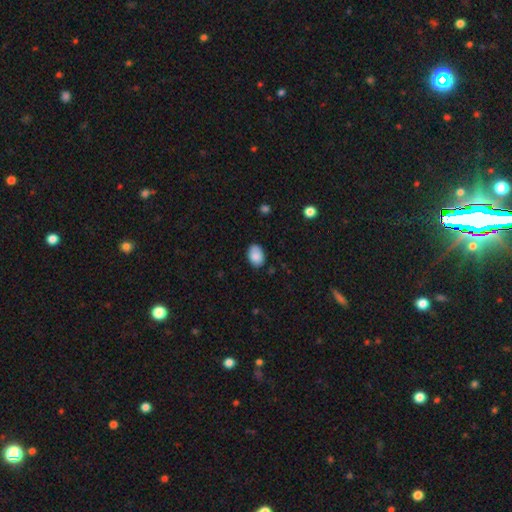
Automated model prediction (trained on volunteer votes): smooth-or-featured: smooth: 85% | star or artifact: 8% | featured or disk: 7%
  how-rounded: in between: 82% | round: 17% | cigar-shaped: 1%
  merging: none: 78% | minor disturbance: 17% | major disturbance: 3% | merger: 2%